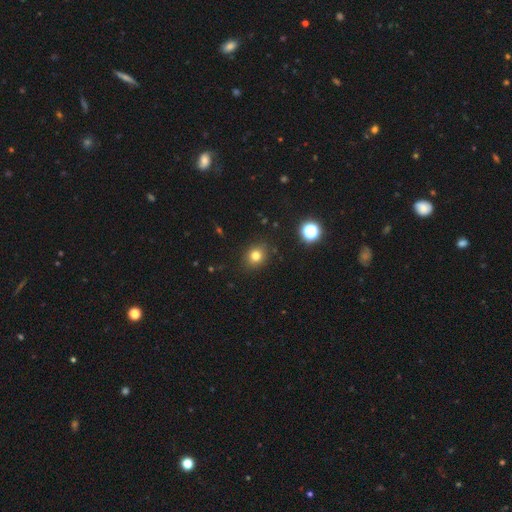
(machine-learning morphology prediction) smooth_or_featured: smooth (p=0.78) [alt: star or artifact p=0.15]
how_rounded: round (p=0.73) [alt: in between p=0.26]
merging: none (p=0.87) [alt: minor disturbance p=0.09]